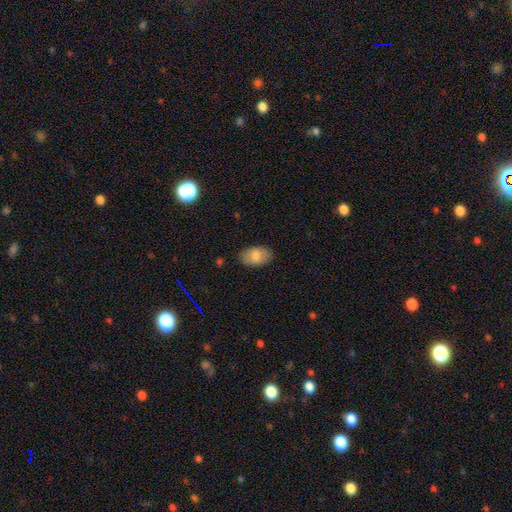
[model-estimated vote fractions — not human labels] smooth-or-featured: smooth: 78% | featured or disk: 15% | star or artifact: 7%
  how-rounded: in between: 91% | round: 7% | cigar-shaped: 1%
  merging: none: 83% | minor disturbance: 13% | major disturbance: 3% | merger: 1%